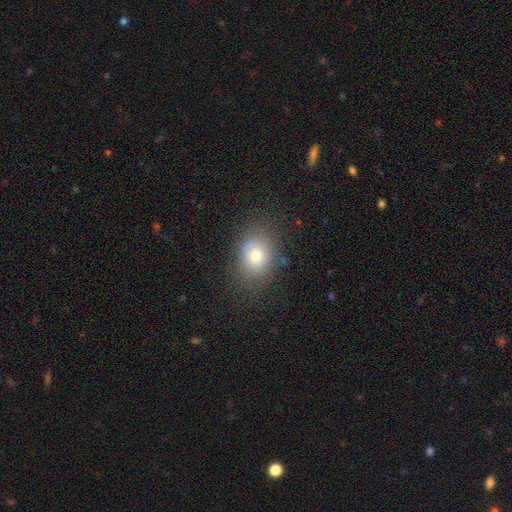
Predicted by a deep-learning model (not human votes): A smooth galaxy with no disk features (75%) that is in between round and cigar-shaped (60%). Merging: none (78%).